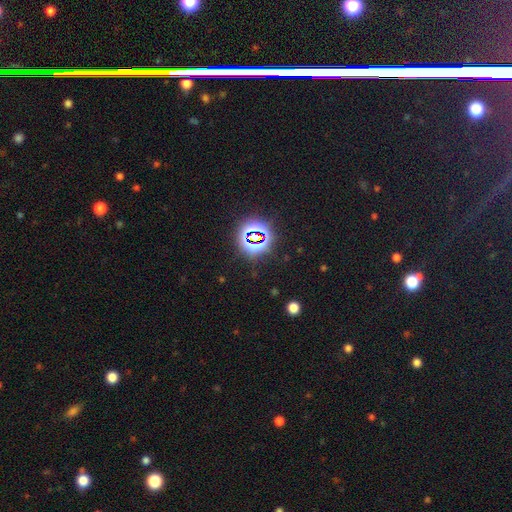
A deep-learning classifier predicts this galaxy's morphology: Smooth or featured? Predicted: star or artifact (p=0.73).